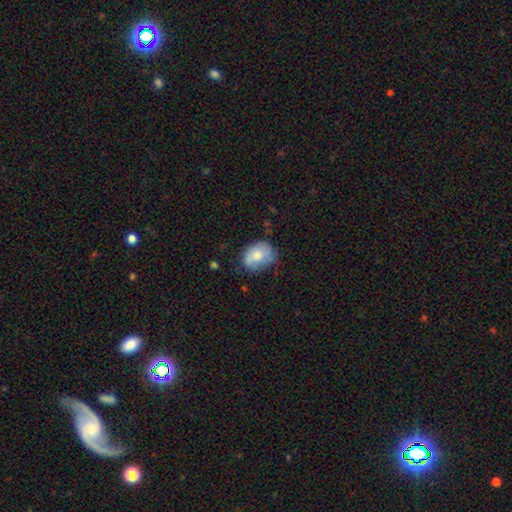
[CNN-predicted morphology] smooth_or_featured: smooth (p=0.63) [alt: featured or disk p=0.30]
how_rounded: in between (p=0.61) [alt: round p=0.38]
merging: none (p=0.55) [alt: minor disturbance p=0.31]